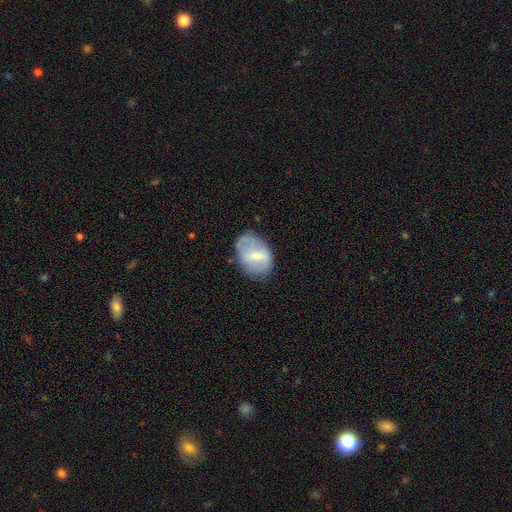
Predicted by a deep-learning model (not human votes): smooth 49%, featured or disk 43%, star or artifact 8%. Down the decision tree: merging — none (61%).